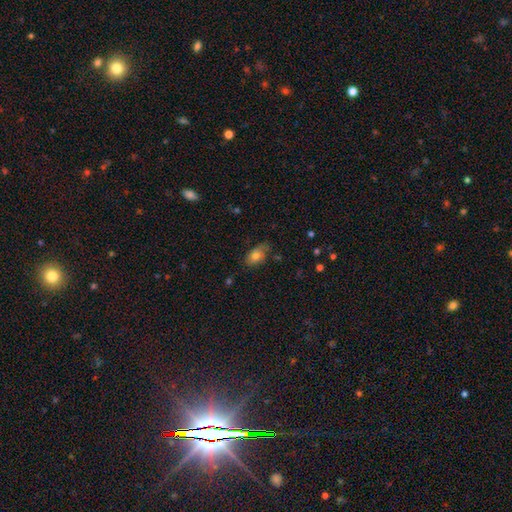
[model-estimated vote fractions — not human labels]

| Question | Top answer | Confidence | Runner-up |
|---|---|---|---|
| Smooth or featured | smooth | 76% | featured or disk (15%) |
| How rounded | in between | 86% | round (11%) |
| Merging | none | 65% | minor disturbance (27%) |